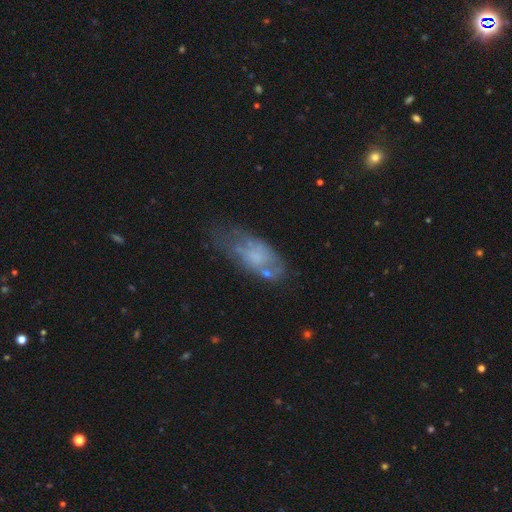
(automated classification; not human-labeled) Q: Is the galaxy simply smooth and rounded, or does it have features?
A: smooth — 46%.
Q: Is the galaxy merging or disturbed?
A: none — 45%.